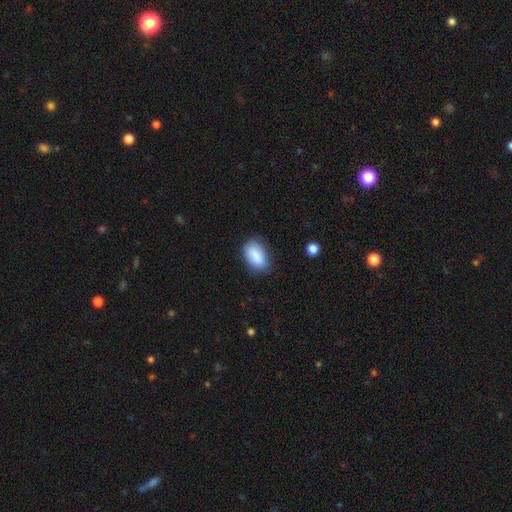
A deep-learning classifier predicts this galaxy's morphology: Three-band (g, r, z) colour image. It shows a smooth galaxy with no disk features (88%) that is in between round and cigar-shaped (92%). Merging: none (72%).